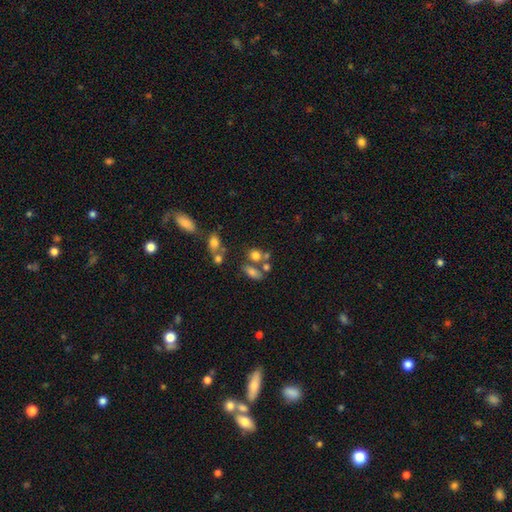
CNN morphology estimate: This appears to be a smooth galaxy with no disk features (71%) that is round (53%). Merging: none (47%).